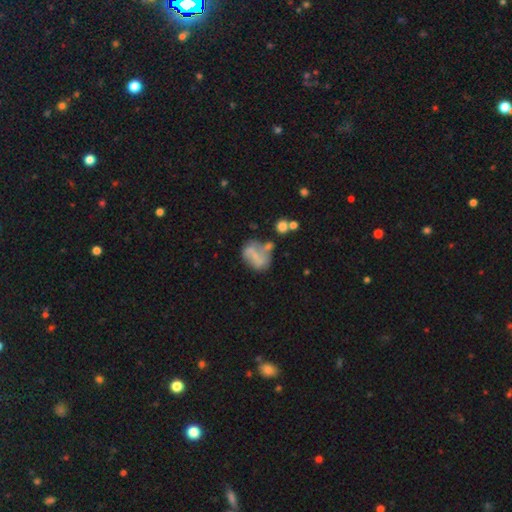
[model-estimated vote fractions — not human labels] Morphology: type=featured or disk (46%); merging=none (38%).